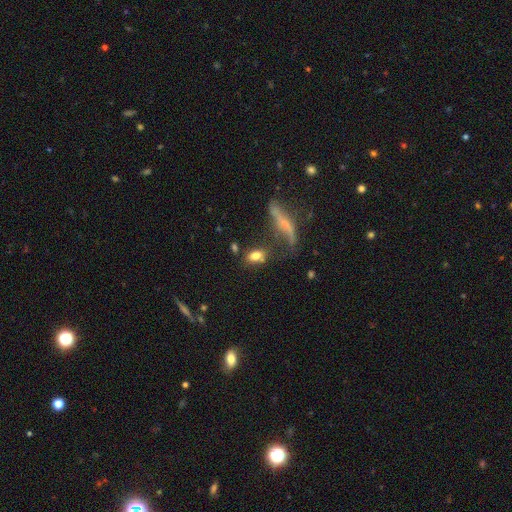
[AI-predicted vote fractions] A smooth galaxy with no disk features (75%) that is in between round and cigar-shaped (82%). Merging: none (60%).